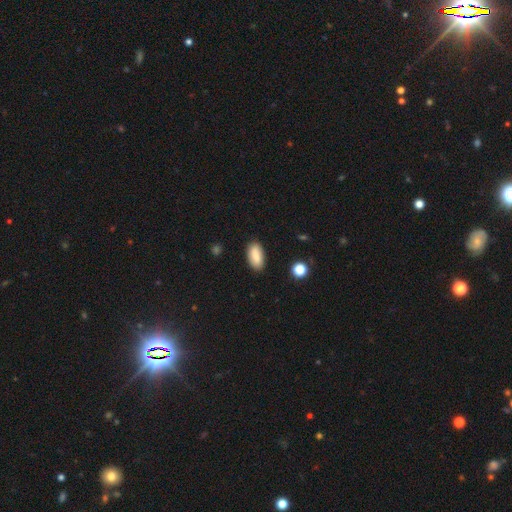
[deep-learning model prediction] A smooth galaxy with no disk features (84%) that is in between round and cigar-shaped (90%). Merging: none (85%).